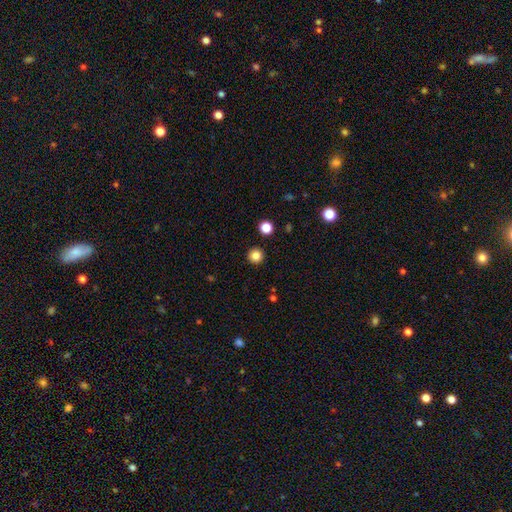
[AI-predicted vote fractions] Overall: smooth (84%). How rounded: round (96%). Merging: none (93%).